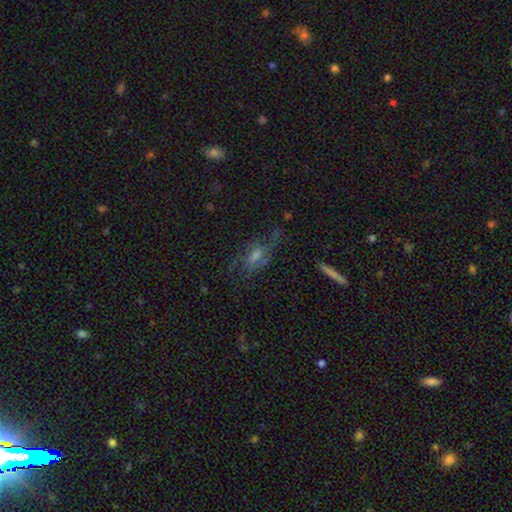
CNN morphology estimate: Smooth or featured? Predicted: featured or disk (p=0.55). Edge-on disk? Predicted: no (p=0.84). Merging? Predicted: none (p=0.55).